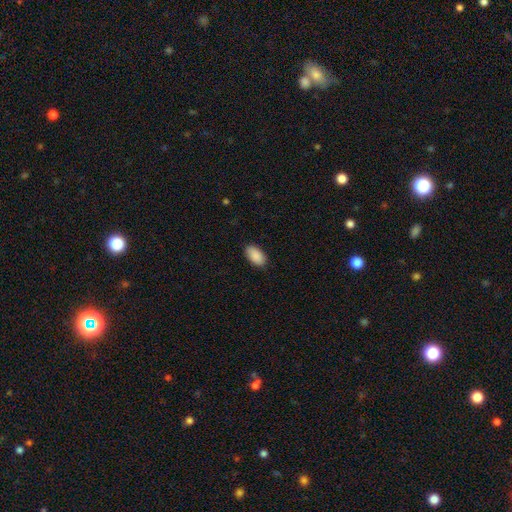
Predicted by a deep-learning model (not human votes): smooth_or_featured: smooth (p=0.90) [alt: star or artifact p=0.06]
how_rounded: in between (p=0.95) [alt: round p=0.03]
merging: none (p=0.88) [alt: minor disturbance p=0.09]